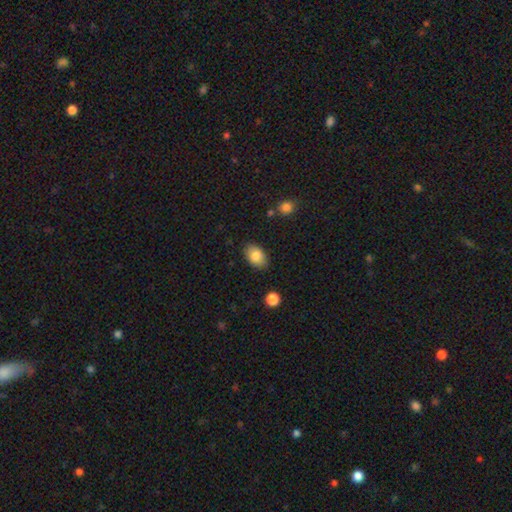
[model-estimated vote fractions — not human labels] Smooth or featured?
  - smooth: 84% *
  - featured or disk: 9%
  - star or artifact: 7%
How rounded?
  - in between: 89% *
  - round: 10%
  - cigar-shaped: 1%
Merging?
  - none: 85% *
  - minor disturbance: 11%
  - major disturbance: 2%
  - merger: 1%